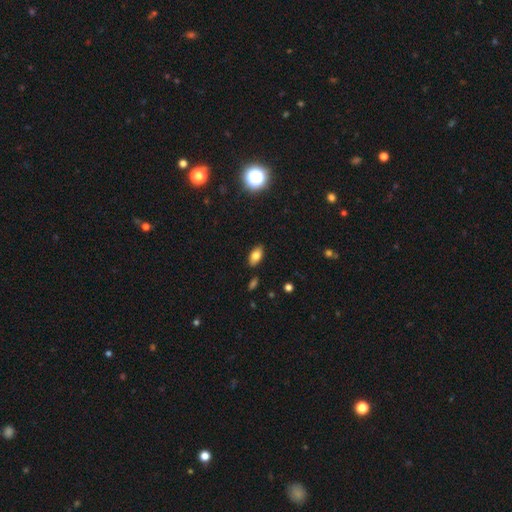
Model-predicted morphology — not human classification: The model was most divided on "smooth or featured": smooth: 77%, featured or disk: 13%, star or artifact: 10%. More confident: how rounded — in between (90%); merging — none (86%).